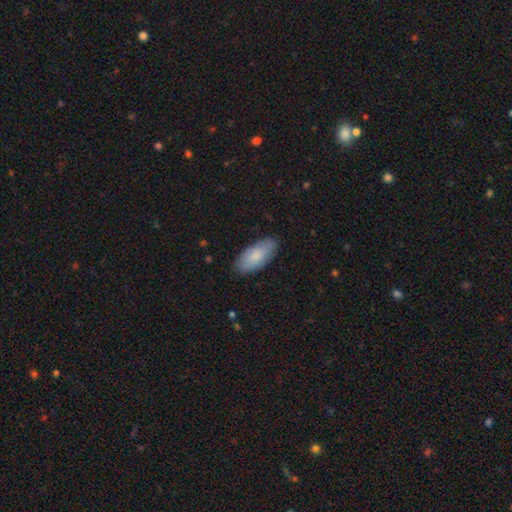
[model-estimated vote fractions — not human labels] Q: Smooth or featured?
A: smooth (82%); runner-up: featured or disk (13%)
Q: How rounded?
A: in between (89%); runner-up: cigar-shaped (9%)
Q: Merging?
A: none (84%); runner-up: minor disturbance (13%)